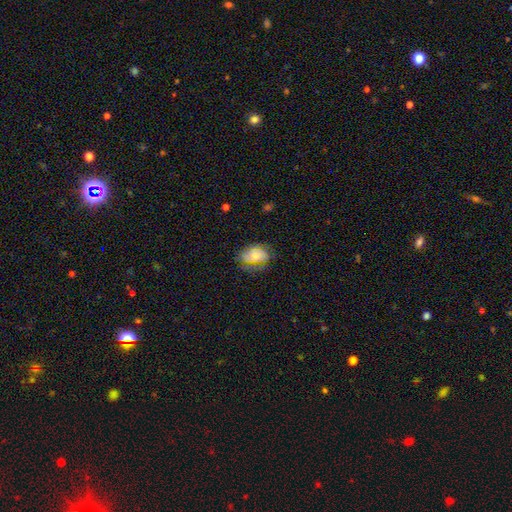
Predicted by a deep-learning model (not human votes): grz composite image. It shows a smooth galaxy with no disk features (53%) that is in between round and cigar-shaped (77%). Merging: none (66%).